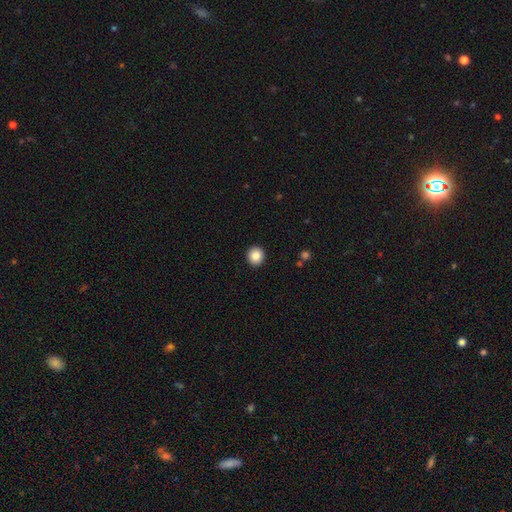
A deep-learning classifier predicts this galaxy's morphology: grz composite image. It shows a smooth galaxy with no disk features (86%) that is round (91%). Merging: none (93%).